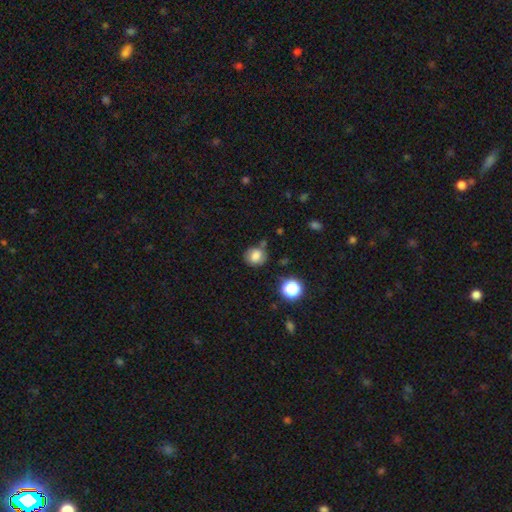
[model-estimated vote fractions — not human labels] A smooth galaxy with no disk features (79%) that is round (78%).

Vote fractions:
- Smooth or featured? smooth: 79% / star or artifact: 13% / featured or disk: 8%
- How rounded? round: 78% / in between: 21% / cigar-shaped: 1%
- Merging? none: 70% / minor disturbance: 19% / merger: 7% / major disturbance: 5%